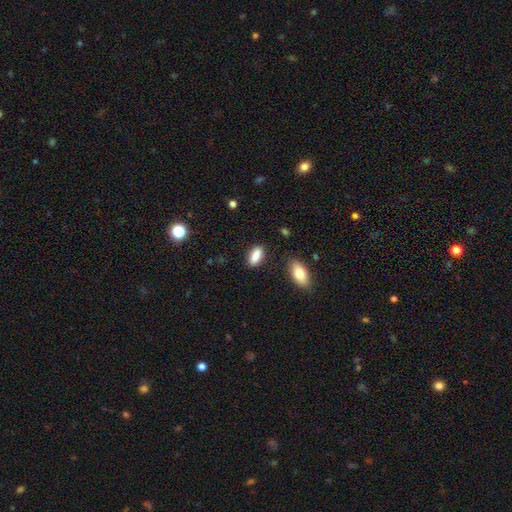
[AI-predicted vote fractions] Q: Smooth or featured?
A: smooth (85%); runner-up: star or artifact (7%)
Q: How rounded?
A: in between (81%); runner-up: cigar-shaped (16%)
Q: Merging?
A: none (83%); runner-up: minor disturbance (12%)